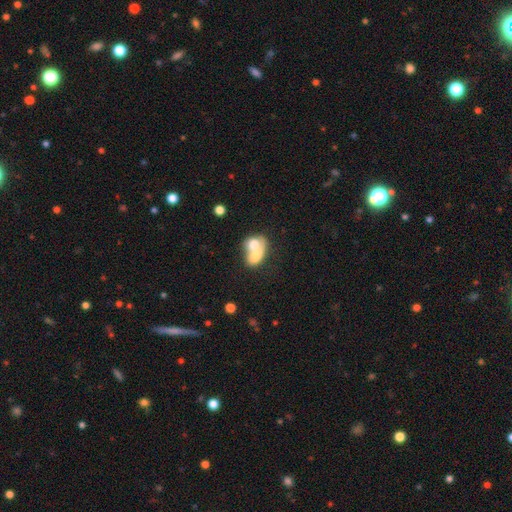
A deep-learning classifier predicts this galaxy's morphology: Overall: smooth (67%). How rounded: in between (69%; round 30%). Merging: merger (78%).